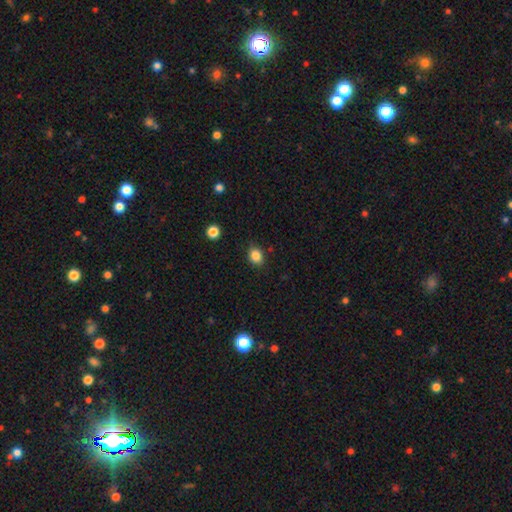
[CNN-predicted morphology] This appears to be a smooth galaxy with no disk features (84%) that is round (51%). Merging: none (86%).